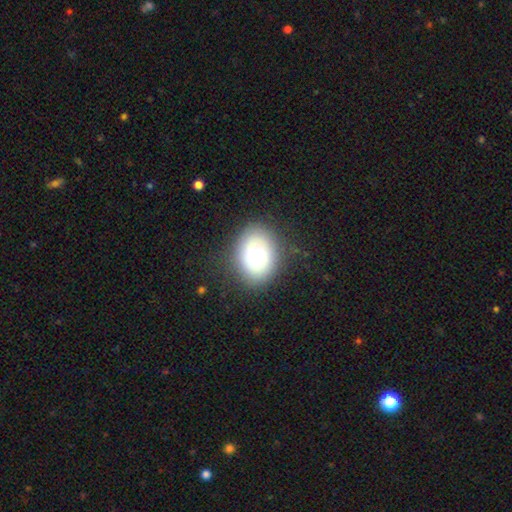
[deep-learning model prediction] Smooth or featured: smooth — 65% (featured or disk — 25%)
How rounded: in between — 62% (round — 37%)
Merging: none — 81% (minor disturbance — 13%)